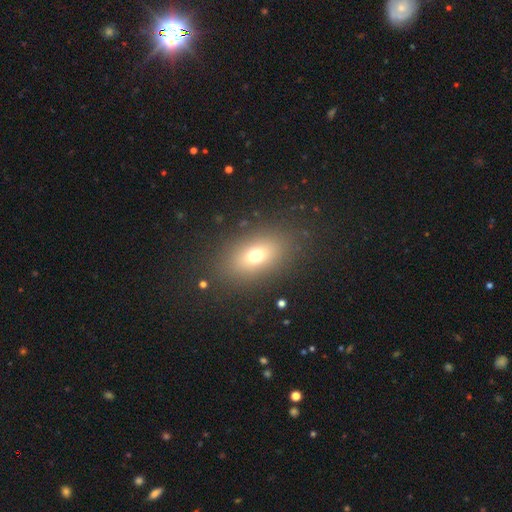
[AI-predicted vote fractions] A smooth galaxy with no disk features (70%) that is in between round and cigar-shaped (78%).

Vote fractions:
- Smooth or featured? smooth: 70% / featured or disk: 15% / star or artifact: 15%
- How rounded? in between: 78% / round: 18% / cigar-shaped: 4%
- Merging? none: 84% / minor disturbance: 9% / major disturbance: 5% / merger: 2%